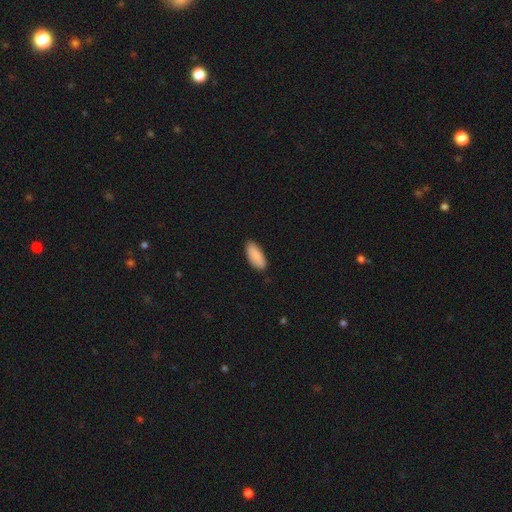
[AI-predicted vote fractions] smooth-or-featured: smooth: 90% | star or artifact: 6% | featured or disk: 4%
  how-rounded: in between: 86% | cigar-shaped: 12% | round: 2%
  merging: none: 85% | minor disturbance: 12% | major disturbance: 2% | merger: 1%